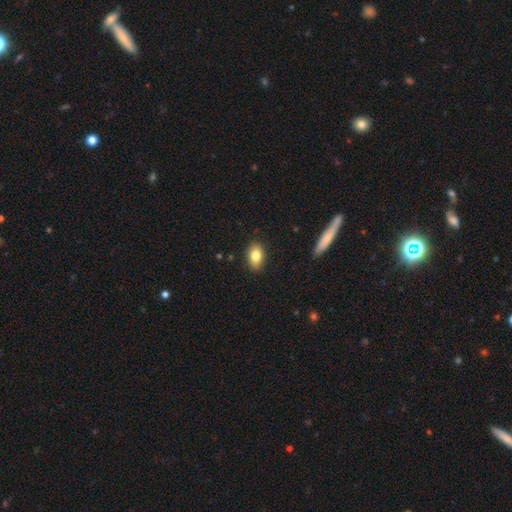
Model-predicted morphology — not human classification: The model was most divided on "smooth or featured": smooth: 81%, featured or disk: 11%, star or artifact: 8%. More confident: merging — none (87%); how rounded — in between (86%).